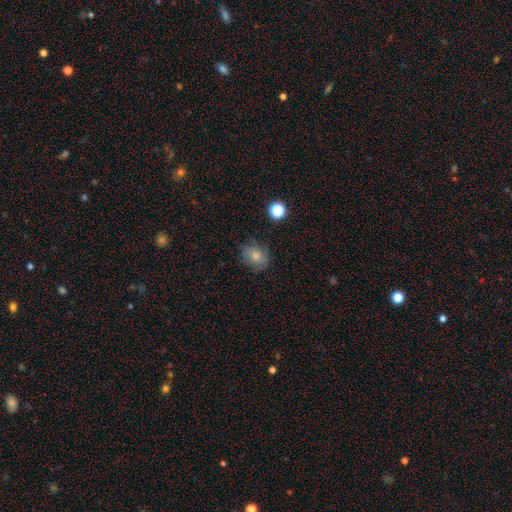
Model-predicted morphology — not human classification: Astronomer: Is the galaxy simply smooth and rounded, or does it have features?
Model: smooth — 75%.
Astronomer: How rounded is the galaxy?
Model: round — 61% (runner-up: in between, 38%).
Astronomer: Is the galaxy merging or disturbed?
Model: none — 74%.